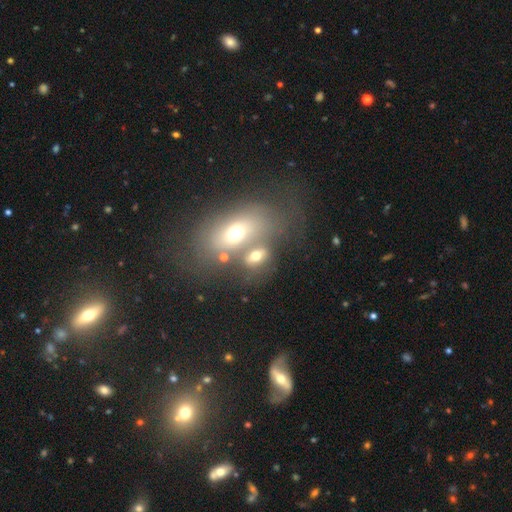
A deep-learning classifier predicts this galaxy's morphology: smooth-or-featured: smooth: 60% | featured or disk: 27% | star or artifact: 13%
  how-rounded: in between: 77% | round: 18% | cigar-shaped: 5%
  merging: merger: 44% | none: 36% | minor disturbance: 12% | major disturbance: 9%